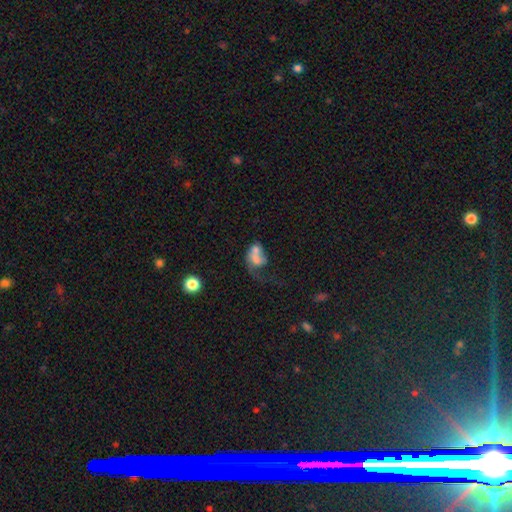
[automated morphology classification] Q: Smooth or featured?
A: smooth (54%); runner-up: featured or disk (35%)
Q: How rounded?
A: in between (70%); runner-up: round (28%)
Q: Merging?
A: merger (38%); runner-up: major disturbance (35%)